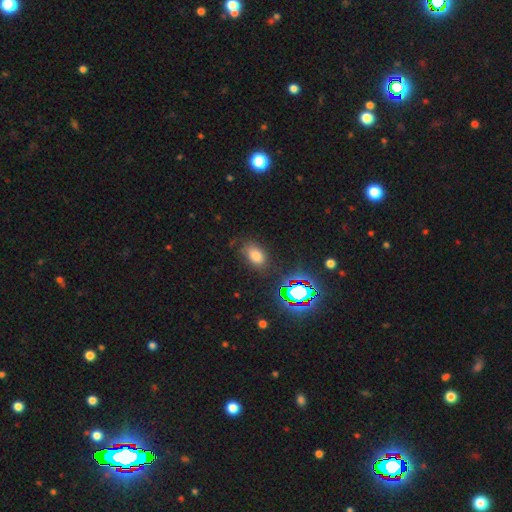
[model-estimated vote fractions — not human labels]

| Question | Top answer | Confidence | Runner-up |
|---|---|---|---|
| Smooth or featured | smooth | 69% | star or artifact (20%) |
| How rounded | in between | 85% | round (14%) |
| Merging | none | 71% | minor disturbance (19%) |